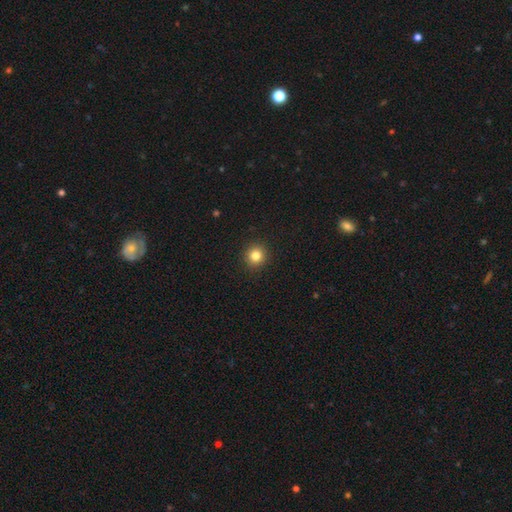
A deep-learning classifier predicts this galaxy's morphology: smooth-or-featured: smooth: 83% | star or artifact: 12% | featured or disk: 6%
  how-rounded: round: 93% | in between: 6% | cigar-shaped: 1%
  merging: none: 93% | minor disturbance: 5% | major disturbance: 2% | merger: 1%